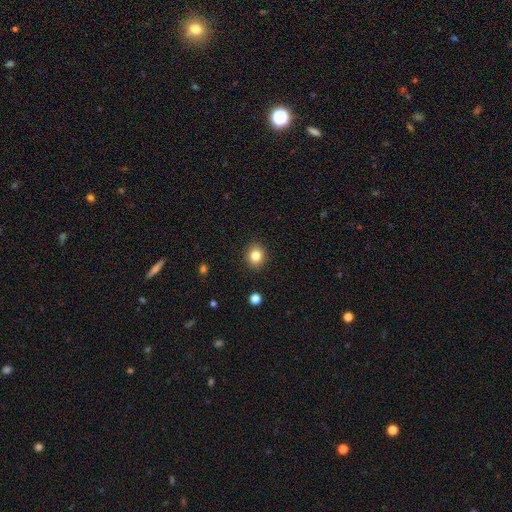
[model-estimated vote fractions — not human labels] Morphology: type=smooth (82%); roundness=round (79%); merging=none (91%).